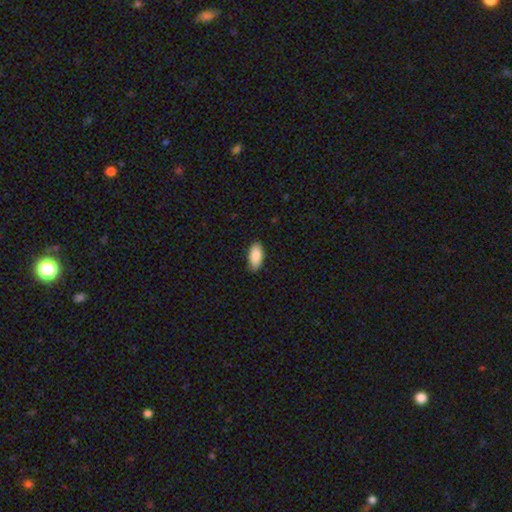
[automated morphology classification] Smooth or featured: smooth — 88% (star or artifact — 6%)
How rounded: in between — 92% (cigar-shaped — 6%)
Merging: none — 86% (minor disturbance — 11%)